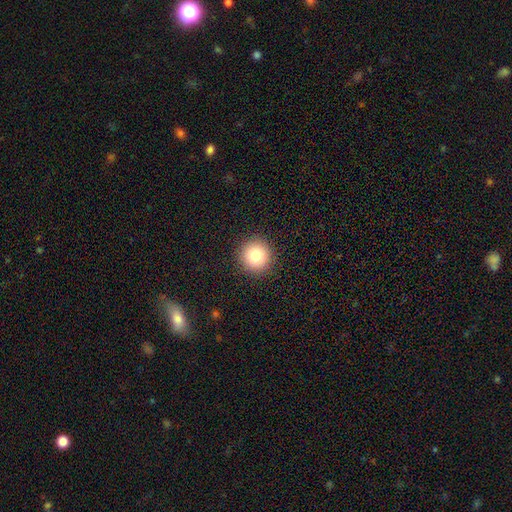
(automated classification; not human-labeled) smooth-or-featured: smooth: 81% | star or artifact: 11% | featured or disk: 8%
  how-rounded: round: 94% | in between: 5% | cigar-shaped: 1%
  merging: none: 92% | minor disturbance: 5% | major disturbance: 2% | merger: 1%